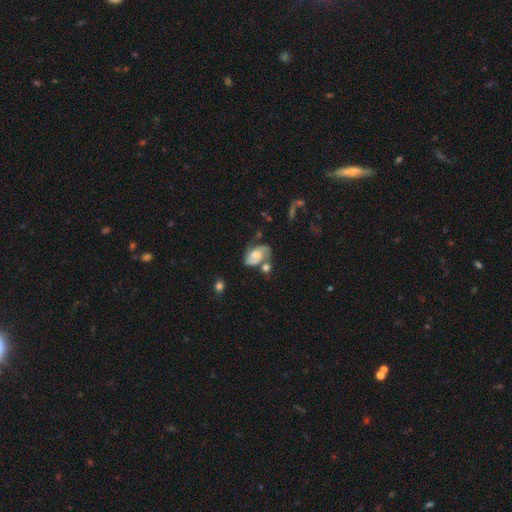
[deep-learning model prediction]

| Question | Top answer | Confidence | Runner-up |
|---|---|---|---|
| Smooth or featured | featured or disk | 70% | smooth (22%) |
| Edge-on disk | no | 97% | yes (3%) |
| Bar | no | 57% | weak (35%) |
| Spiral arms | yes | 89% | no (11%) |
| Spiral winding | medium | 45% | tight (37%) |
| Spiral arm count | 2 | 77% | can't tell (11%) |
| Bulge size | moderate | 37% | small (31%) |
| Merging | none | 44% | minor disturbance (23%) |